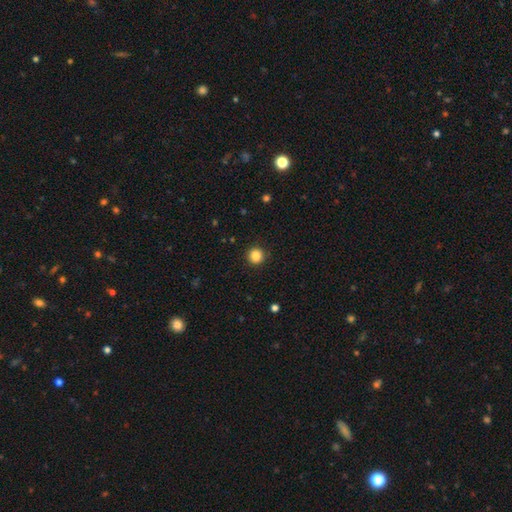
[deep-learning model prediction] This appears to be a smooth galaxy with no disk features (86%) that is round (94%). Merging: none (91%).